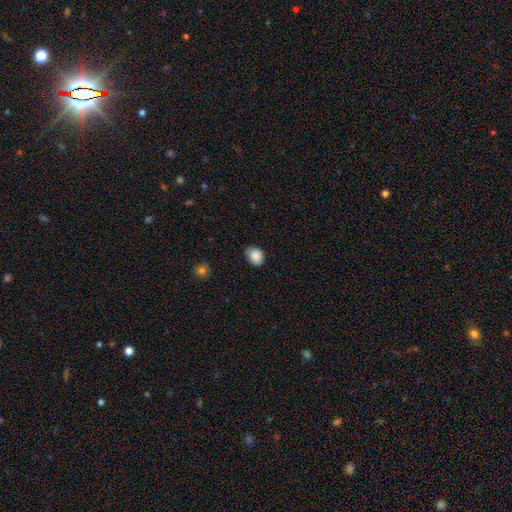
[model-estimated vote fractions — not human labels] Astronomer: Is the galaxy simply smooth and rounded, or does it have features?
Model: smooth — 88%.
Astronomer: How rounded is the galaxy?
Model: round — 51% (runner-up: in between, 48%).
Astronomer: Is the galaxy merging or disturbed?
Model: none — 67%.